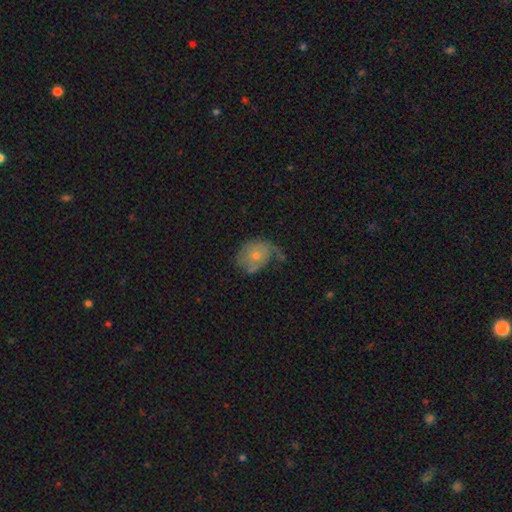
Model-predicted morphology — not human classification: Q: Smooth or featured?
A: featured or disk (56%); runner-up: smooth (35%)
Q: Edge-on disk?
A: no (97%); runner-up: yes (3%)
Q: Bar?
A: no (84%); runner-up: weak (14%)
Q: Spiral arms?
A: yes (74%); runner-up: no (26%)
Q: Bulge size?
A: small (59%); runner-up: moderate (35%)
Q: Merging?
A: none (38%); runner-up: major disturbance (29%)